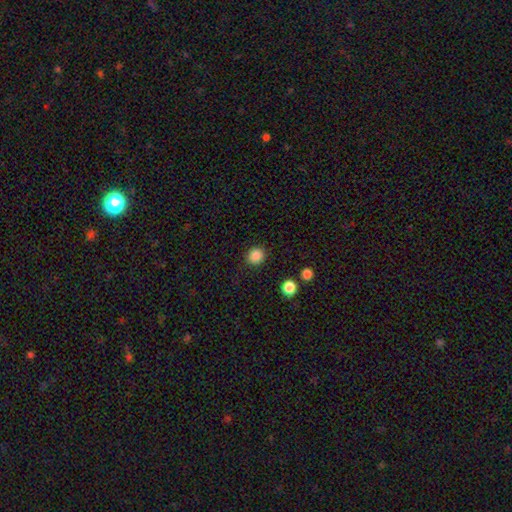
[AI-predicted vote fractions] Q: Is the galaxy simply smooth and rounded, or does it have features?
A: smooth — 87%.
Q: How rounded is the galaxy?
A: round — 86%.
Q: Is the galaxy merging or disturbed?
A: none — 89%.